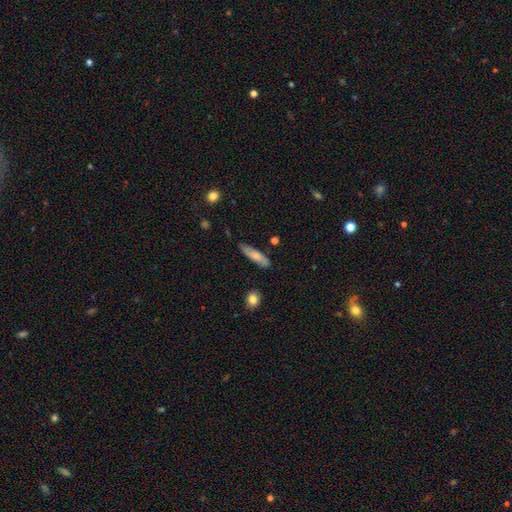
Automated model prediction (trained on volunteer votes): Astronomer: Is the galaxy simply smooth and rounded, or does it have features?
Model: smooth — 71%.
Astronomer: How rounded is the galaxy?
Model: cigar-shaped — 66%.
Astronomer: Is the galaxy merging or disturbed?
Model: none — 74%.